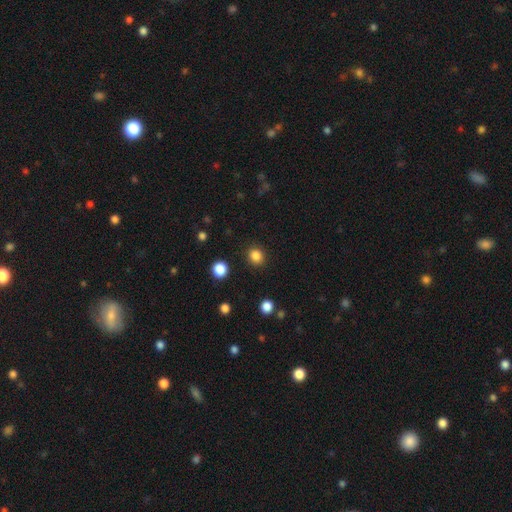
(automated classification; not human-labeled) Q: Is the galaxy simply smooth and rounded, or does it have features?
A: smooth — 84%.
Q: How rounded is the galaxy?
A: round — 86%.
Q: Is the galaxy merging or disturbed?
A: none — 90%.